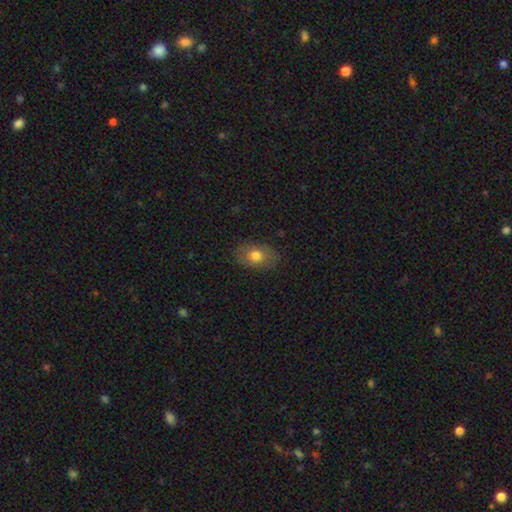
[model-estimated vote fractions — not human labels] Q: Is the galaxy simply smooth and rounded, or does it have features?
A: smooth — 75%.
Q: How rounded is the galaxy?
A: in between — 81%.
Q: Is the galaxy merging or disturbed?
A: none — 82%.